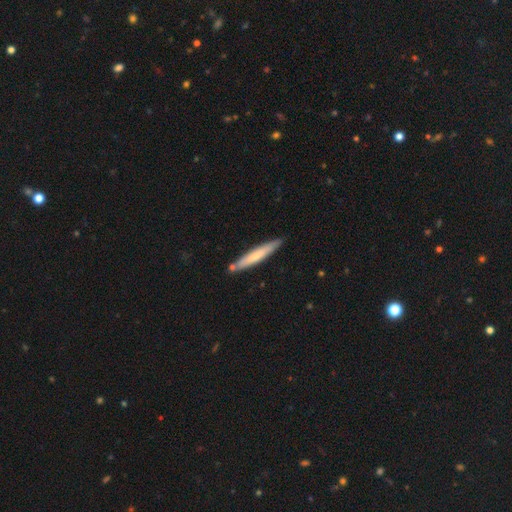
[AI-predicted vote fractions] This is likely a smooth galaxy (64%). How rounded: clearly cigar-shaped (94%). Merging: likely none (80%).